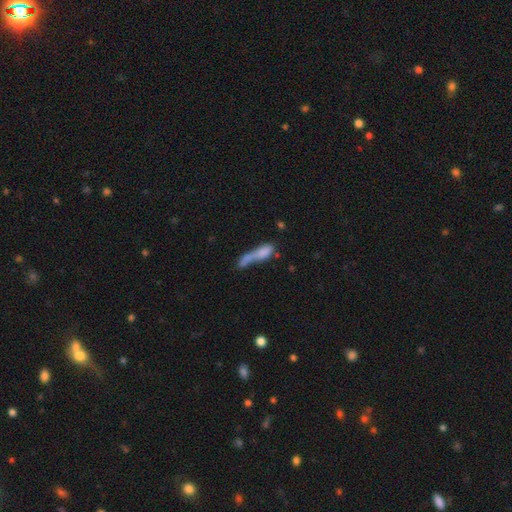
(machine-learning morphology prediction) Q: Smooth or featured?
A: smooth (61%); runner-up: featured or disk (28%)
Q: How rounded?
A: cigar-shaped (64%); runner-up: in between (32%)
Q: Merging?
A: merger (35%); runner-up: none (24%)